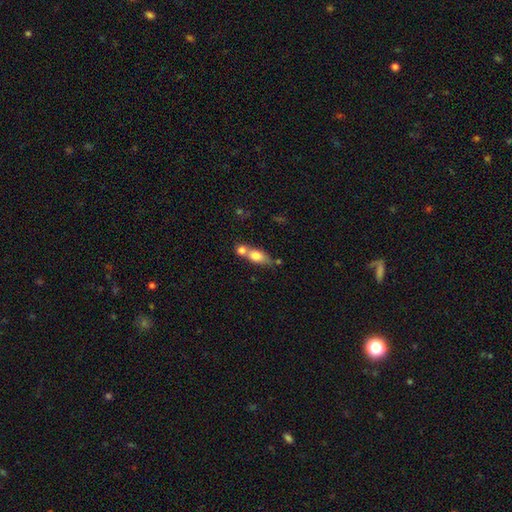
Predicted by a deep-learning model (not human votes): smooth-or-featured: smooth: 73% | featured or disk: 19% | star or artifact: 8%
  how-rounded: in between: 67% | round: 19% | cigar-shaped: 14%
  merging: merger: 54% | none: 31% | minor disturbance: 10% | major disturbance: 5%